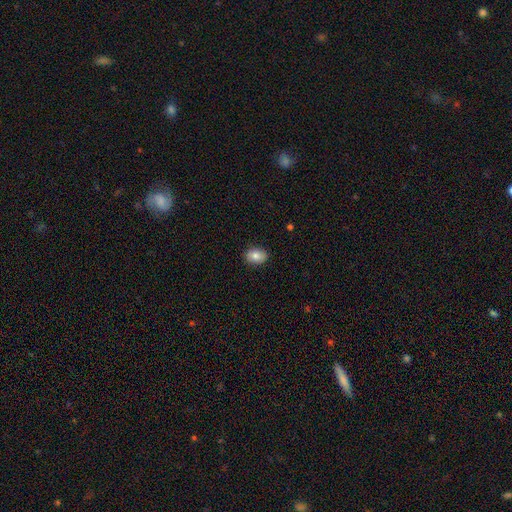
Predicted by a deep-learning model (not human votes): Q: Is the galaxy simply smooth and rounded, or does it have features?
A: smooth — 82%.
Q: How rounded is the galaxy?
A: in between — 77%.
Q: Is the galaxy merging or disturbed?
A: none — 88%.